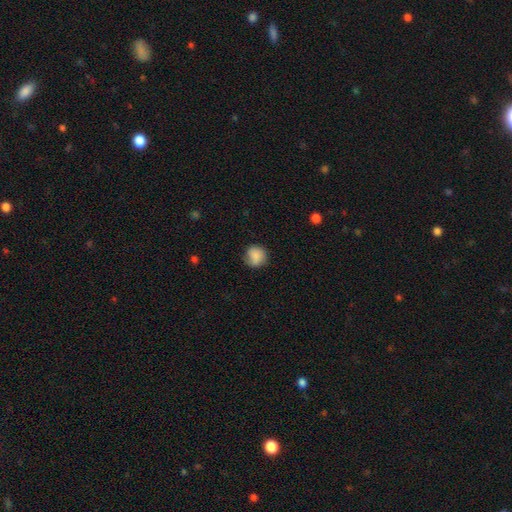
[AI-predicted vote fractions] The model was most divided on "merging": none: 73%, minor disturbance: 20%, major disturbance: 6%, merger: 1%. More confident: how rounded — round (87%); smooth or featured — smooth (82%).